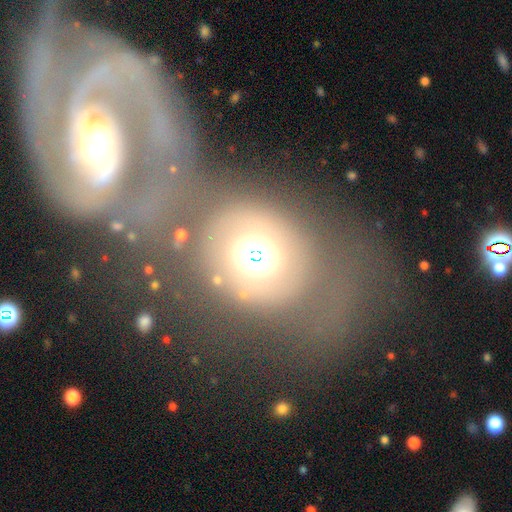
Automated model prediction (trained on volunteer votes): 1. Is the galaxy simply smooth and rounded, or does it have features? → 44% smooth, 41% featured or disk, 15% star or artifact.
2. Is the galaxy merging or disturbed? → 45% none, 21% major disturbance, 19% merger, 14% minor disturbance.